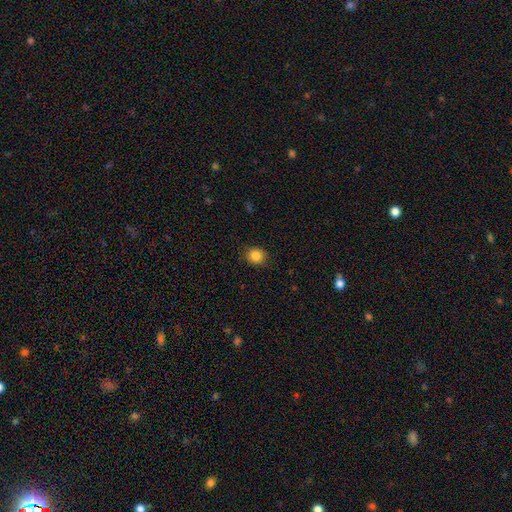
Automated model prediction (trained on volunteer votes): The model was most divided on "how rounded": round: 78%, in between: 21%, cigar-shaped: 1%. More confident: merging — none (87%); smooth or featured — smooth (85%).